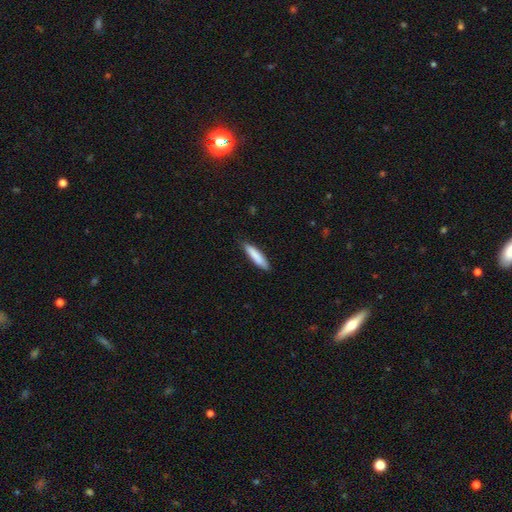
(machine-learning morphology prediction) Smooth or featured? Predicted: smooth (p=0.85). How rounded? Predicted: cigar-shaped (p=0.80). Merging? Predicted: none (p=0.85).